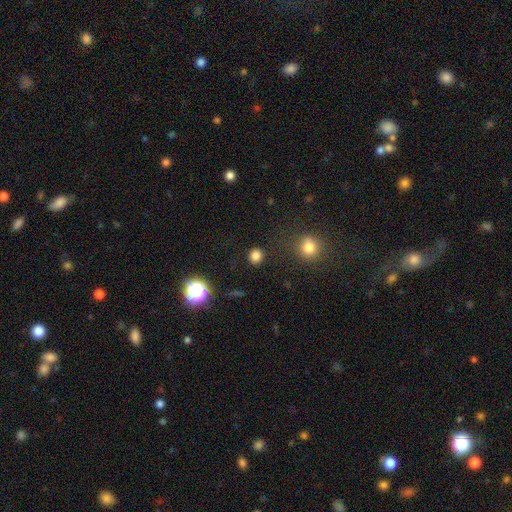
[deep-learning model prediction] Smooth or featured? Predicted: smooth (p=0.82). How rounded? Predicted: round (p=0.88). Merging? Predicted: none (p=0.88).